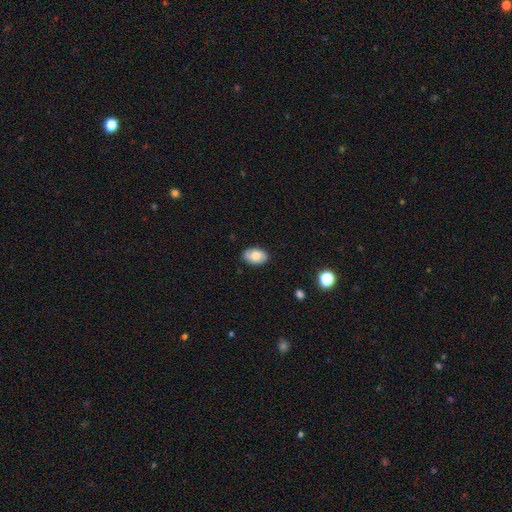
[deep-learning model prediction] smooth_or_featured: smooth (p=0.72) [alt: featured or disk p=0.20]
how_rounded: in between (p=0.89) [alt: round p=0.10]
merging: none (p=0.83) [alt: minor disturbance p=0.13]